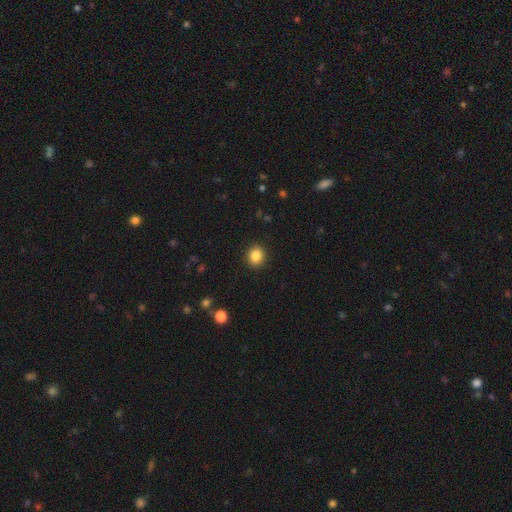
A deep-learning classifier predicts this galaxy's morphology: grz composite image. It shows a smooth galaxy with no disk features (86%) that is round (77%). Merging: none (91%).